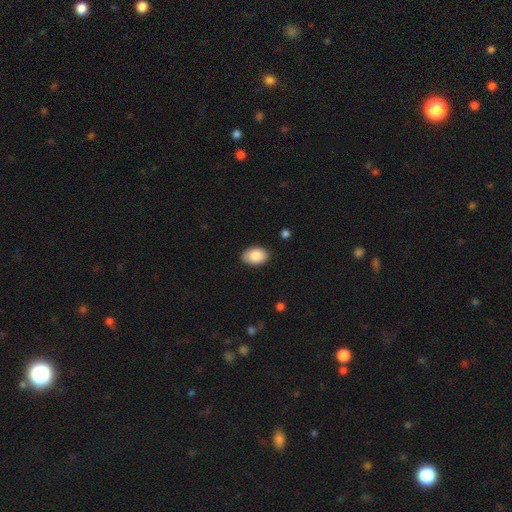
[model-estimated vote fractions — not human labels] The model was most divided on "how rounded": in between: 86%, round: 13%, cigar-shaped: 1%. More confident: smooth or featured — smooth (87%); merging — none (86%).